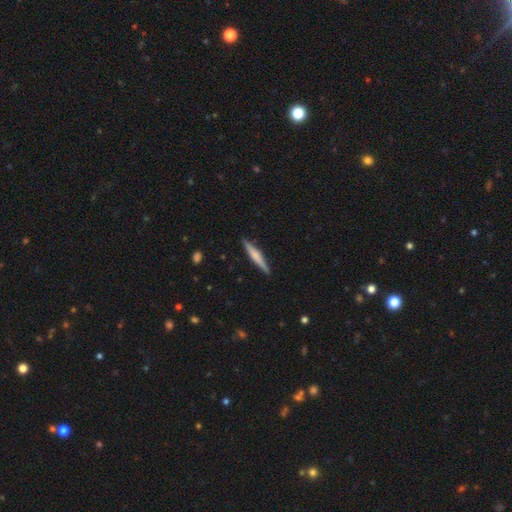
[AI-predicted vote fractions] smooth-or-featured: featured or disk: 48% | smooth: 47% | star or artifact: 5%
  merging: none: 90% | minor disturbance: 7% | major disturbance: 1% | merger: 1%